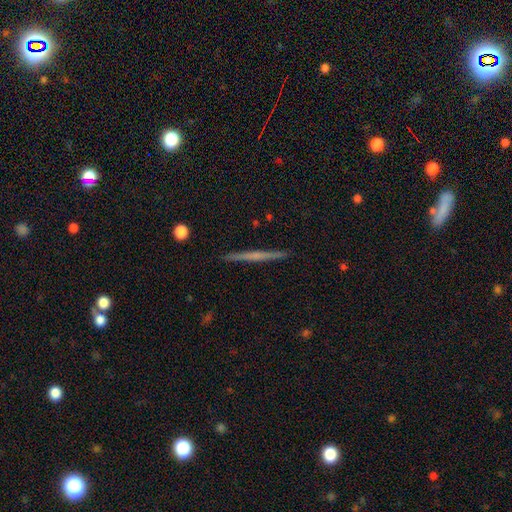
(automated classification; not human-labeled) The model was most divided on "smooth or featured": featured or disk: 60%, smooth: 34%, star or artifact: 6%. More confident: edge-on disk — yes (98%); merging — none (92%); edge-on bulge — none (70%).